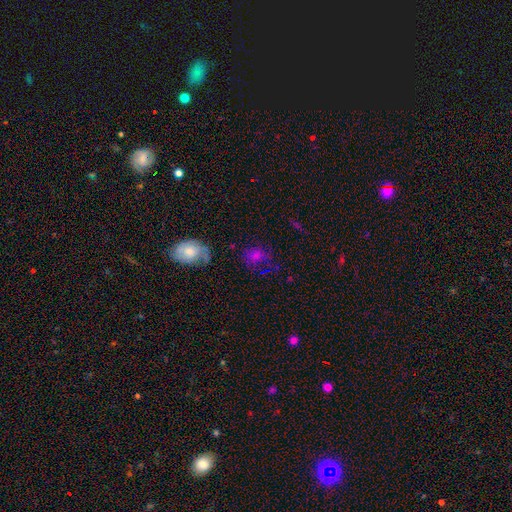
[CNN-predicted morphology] smooth 67%, featured or disk 17%, star or artifact 15%. Down the decision tree: how rounded — round (52%); merging — none (54%).